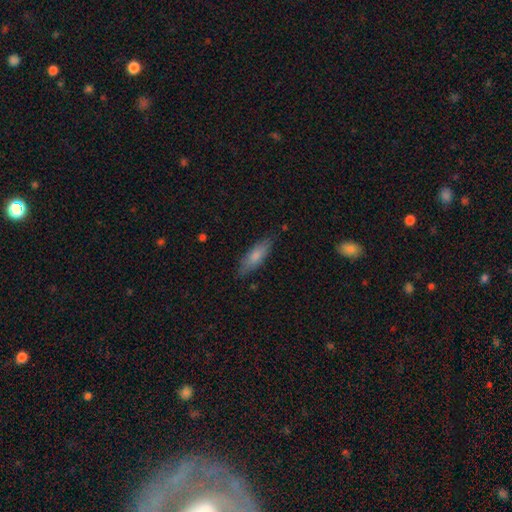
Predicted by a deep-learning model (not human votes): A smooth galaxy with no disk features (75%) that is cigar-shaped (50%). Merging: none (82%).